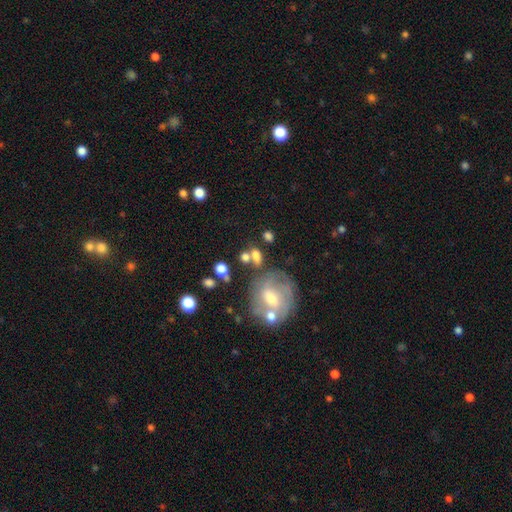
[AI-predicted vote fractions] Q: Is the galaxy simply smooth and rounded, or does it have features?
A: smooth — 68%.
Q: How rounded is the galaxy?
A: in between — 62%.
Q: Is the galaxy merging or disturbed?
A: none — 46%.